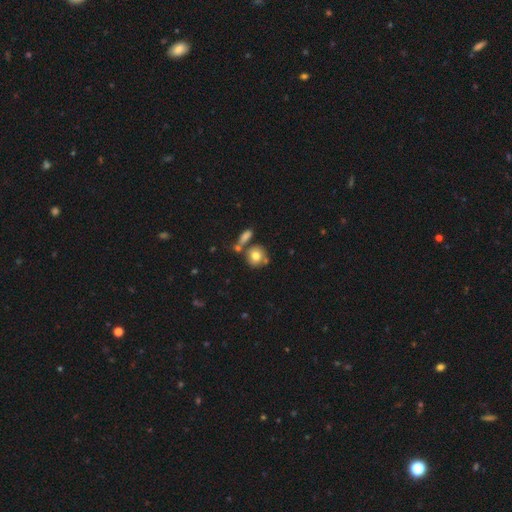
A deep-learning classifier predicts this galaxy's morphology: Smooth or featured? smooth (75%)
How rounded? round (81%)
Merging? none (60%)